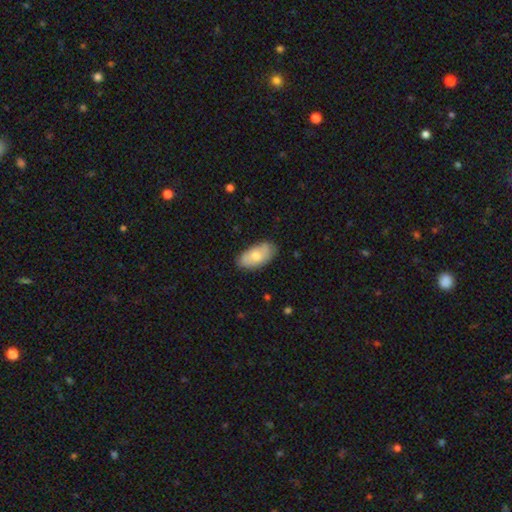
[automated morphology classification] Smooth or featured? Predicted: smooth (p=0.71). How rounded? Predicted: in between (p=0.93). Merging? Predicted: none (p=0.77).